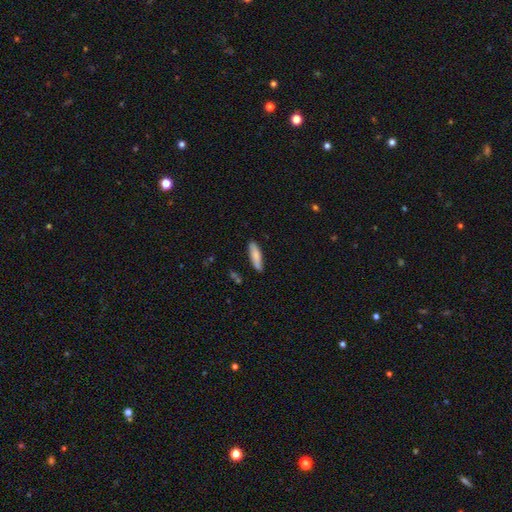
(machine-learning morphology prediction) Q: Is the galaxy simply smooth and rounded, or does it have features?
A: smooth — 80%.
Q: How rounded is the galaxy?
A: cigar-shaped — 68%.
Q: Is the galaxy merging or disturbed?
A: none — 82%.